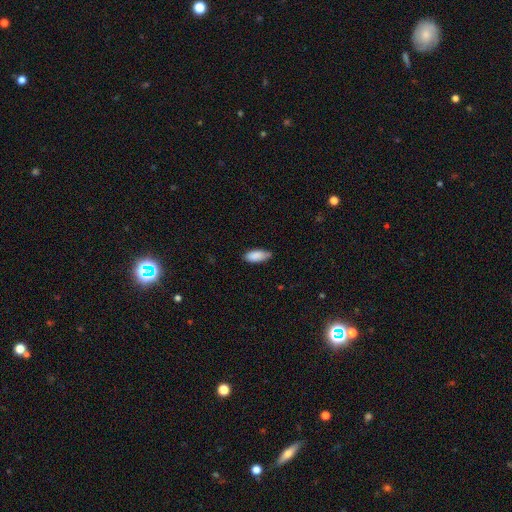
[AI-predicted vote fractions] A smooth galaxy with no disk features (87%) that is in between round and cigar-shaped (84%).

Vote fractions:
- Smooth or featured? smooth: 87% / star or artifact: 7% / featured or disk: 6%
- How rounded? in between: 84% / cigar-shaped: 14% / round: 2%
- Merging? none: 62% / minor disturbance: 31% / major disturbance: 4% / merger: 3%